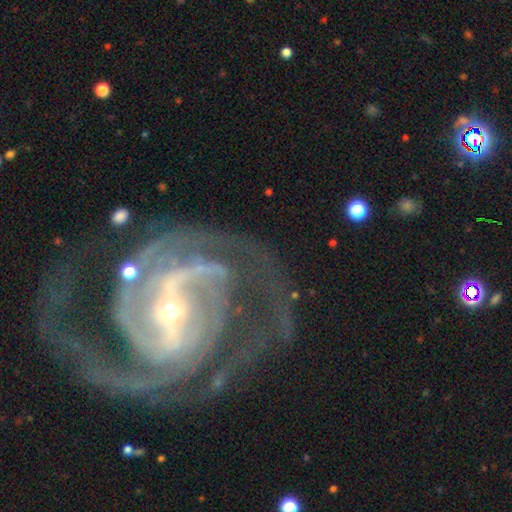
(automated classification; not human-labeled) Smooth or featured?
  - featured or disk: 92% *
  - star or artifact: 5%
  - smooth: 3%
Edge-on disk?
  - no: 97% *
  - yes: 3%
Bar?
  - strong: 64% *
  - weak: 26%
  - no: 10%
Spiral arms?
  - yes: 98% *
  - no: 2%
Spiral winding?
  - medium: 49% *
  - tight: 41%
  - loose: 11%
Spiral arm count?
  - 2: 56% *
  - 3: 17%
  - can't tell: 9%
  - 4: 7%
  - 1: 5%
  - more than 4: 5%
Bulge size?
  - small: 74% *
  - moderate: 22%
  - large: 2%
  - none: 1%
  - dominant: 1%
Merging?
  - none: 63% *
  - major disturbance: 18%
  - minor disturbance: 15%
  - merger: 3%